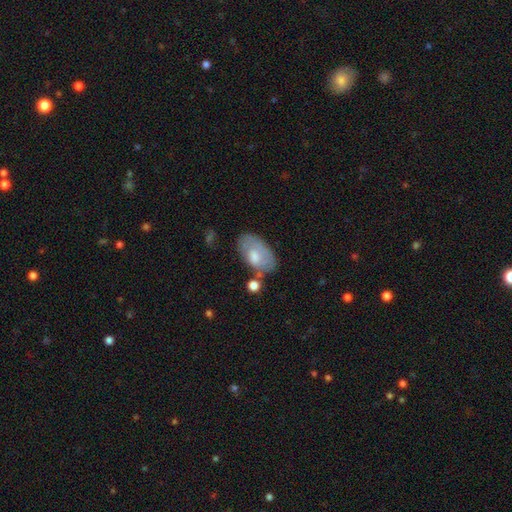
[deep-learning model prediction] Overall: smooth (64%; featured or disk 29%). How rounded: in between (93%). Merging: none (52%; minor disturbance 27%).